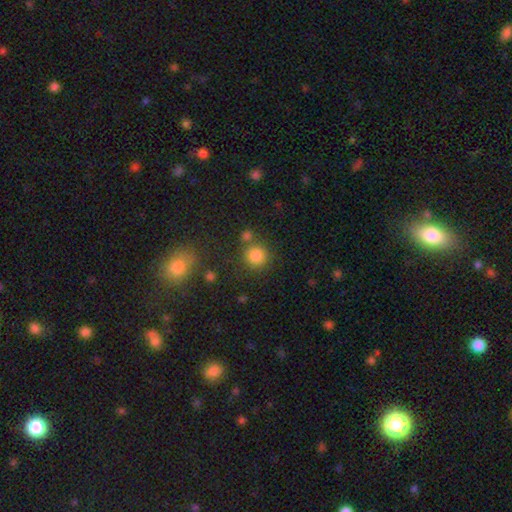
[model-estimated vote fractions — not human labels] This is clearly a smooth galaxy (82%). How rounded: clearly round (91%). Merging: likely none (72%).